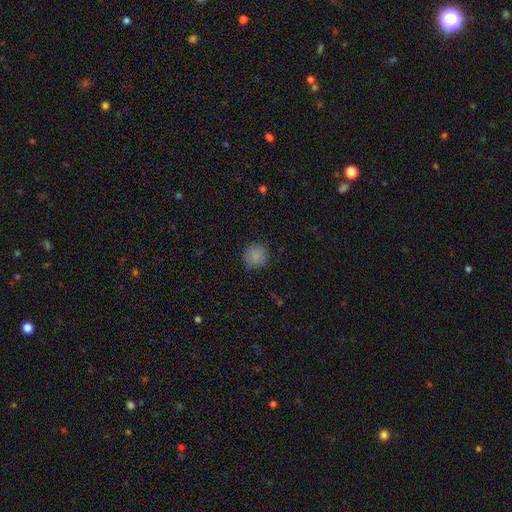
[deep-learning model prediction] This is clearly a smooth galaxy (86%). How rounded: clearly round (91%). Merging: clearly none (85%).